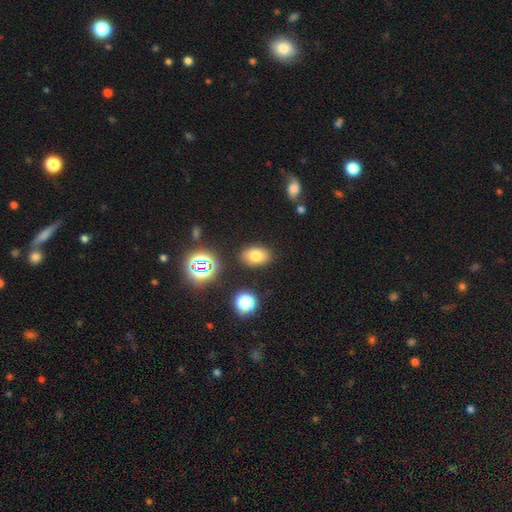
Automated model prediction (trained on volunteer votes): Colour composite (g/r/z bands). It shows a smooth galaxy with no disk features (74%) that is in between round and cigar-shaped (80%). Merging: none (86%).